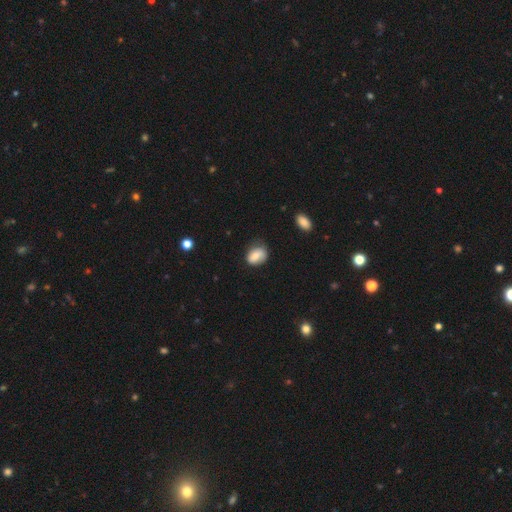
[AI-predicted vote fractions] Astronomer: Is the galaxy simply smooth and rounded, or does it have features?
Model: smooth — 75%.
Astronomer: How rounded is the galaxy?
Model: in between — 64%.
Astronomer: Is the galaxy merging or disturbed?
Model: none — 58%.